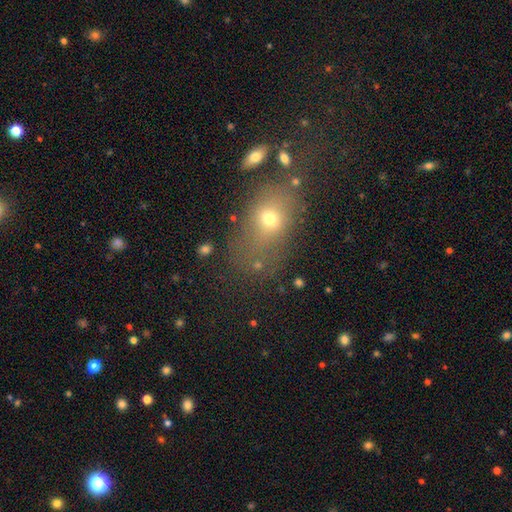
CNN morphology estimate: Smooth or featured?
  - smooth: 61% *
  - star or artifact: 24%
  - featured or disk: 15%
How rounded?
  - in between: 66% *
  - round: 31%
  - cigar-shaped: 3%
Merging?
  - none: 62% *
  - minor disturbance: 18%
  - major disturbance: 12%
  - merger: 8%